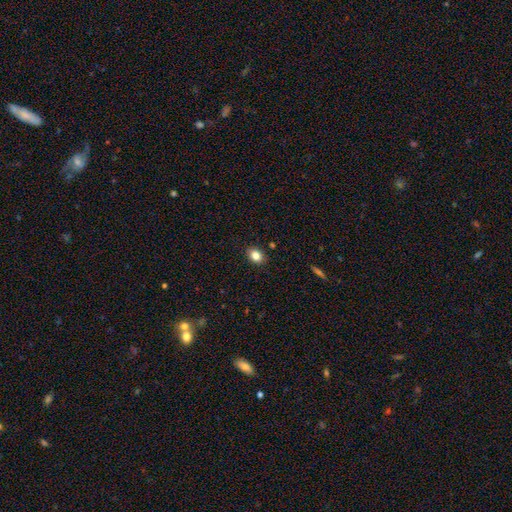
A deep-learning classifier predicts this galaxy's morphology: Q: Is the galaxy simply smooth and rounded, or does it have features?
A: smooth — 83%.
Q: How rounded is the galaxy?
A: in between — 65%.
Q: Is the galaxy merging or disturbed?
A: none — 88%.